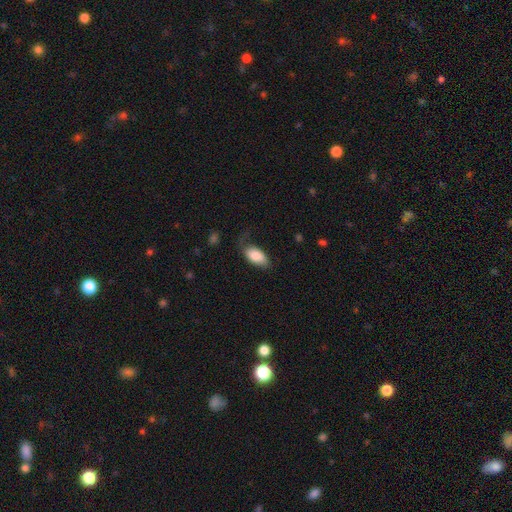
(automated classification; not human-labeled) Smooth or featured: smooth — 83% (featured or disk — 10%)
How rounded: in between — 93% (cigar-shaped — 4%)
Merging: none — 50% (minor disturbance — 30%)